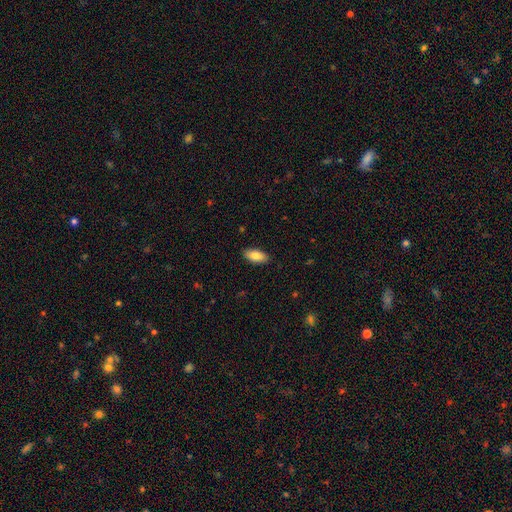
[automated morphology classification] type=smooth (85%); roundness=in between (90%); merging=none (89%).